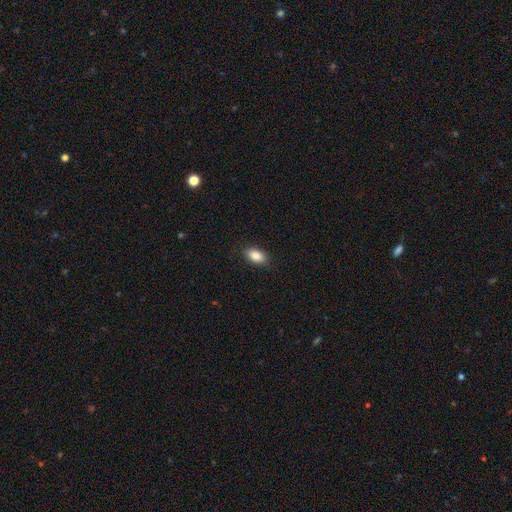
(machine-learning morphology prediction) type=smooth (87%); roundness=in between (91%); merging=none (86%).